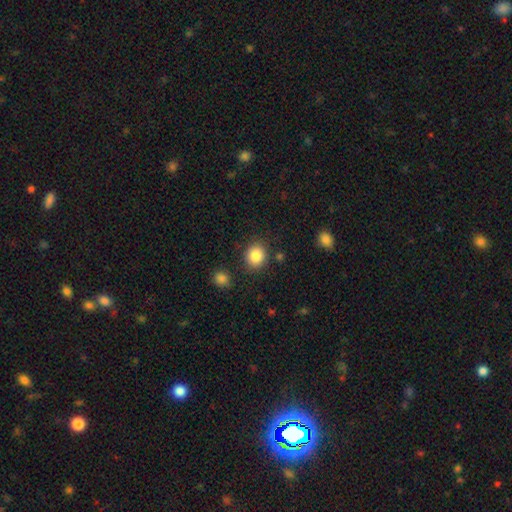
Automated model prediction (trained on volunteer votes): Morphology: type=smooth (87%); roundness=round (75%); merging=none (85%).